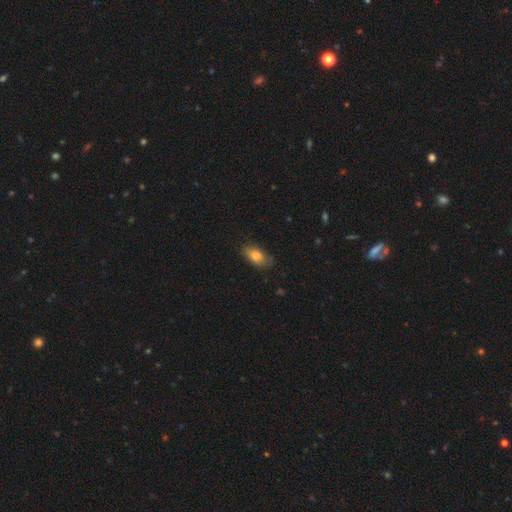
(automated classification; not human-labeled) A smooth galaxy with no disk features (82%) that is in between round and cigar-shaped (89%).

Vote fractions:
- Smooth or featured? smooth: 82% / featured or disk: 11% / star or artifact: 7%
- How rounded? in between: 89% / cigar-shaped: 6% / round: 5%
- Merging? none: 73% / minor disturbance: 21% / major disturbance: 5% / merger: 1%